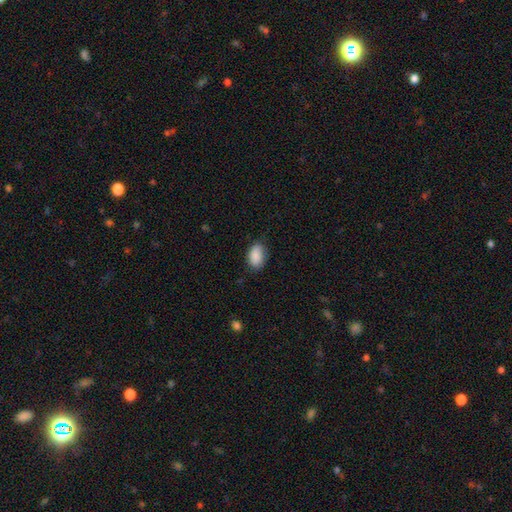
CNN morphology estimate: This is clearly a smooth galaxy (88%). How rounded: clearly in between (88%). Merging: likely none (77%).